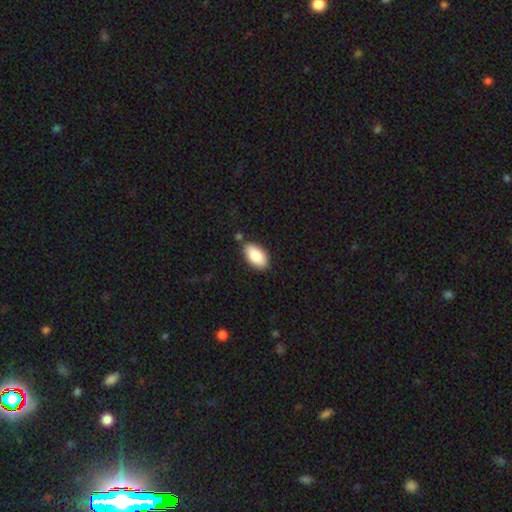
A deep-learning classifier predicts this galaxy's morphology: This appears to be a smooth galaxy with no disk features (87%) that is in between round and cigar-shaped (95%). Merging: none (79%).